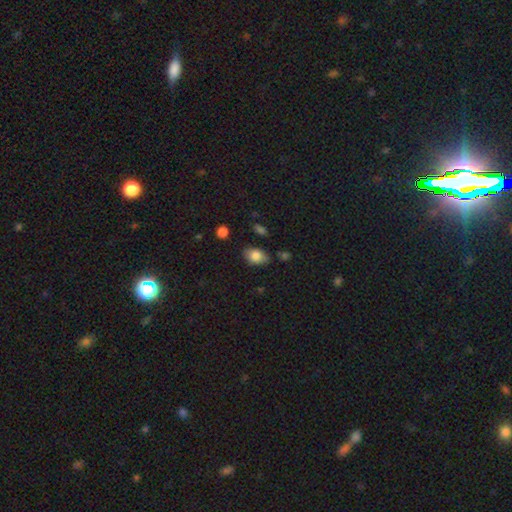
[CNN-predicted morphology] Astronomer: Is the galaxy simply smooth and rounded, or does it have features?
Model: smooth — 81%.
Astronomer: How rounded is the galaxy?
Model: in between — 84%.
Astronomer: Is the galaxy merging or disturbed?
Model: none — 73%.